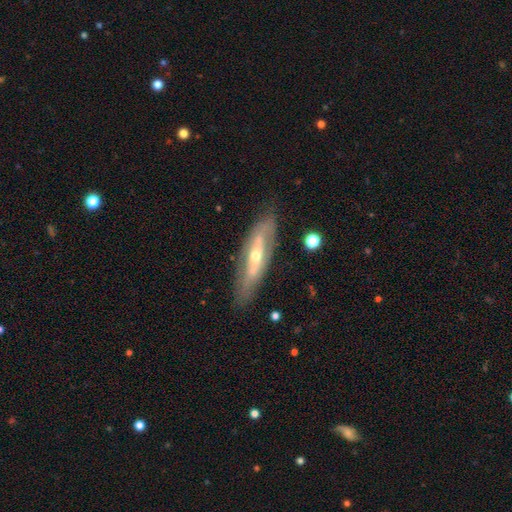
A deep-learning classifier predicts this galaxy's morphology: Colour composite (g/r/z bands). It shows a featured or disk galaxy (73%). Merging: none (76%).